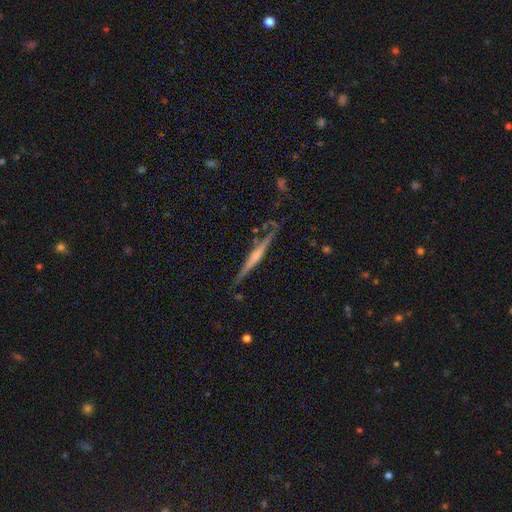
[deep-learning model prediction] Smooth or featured? featured or disk (72%)
Edge-on disk? yes (97%)
Edge-on bulge? rounded (49%)
Merging? none (78%)